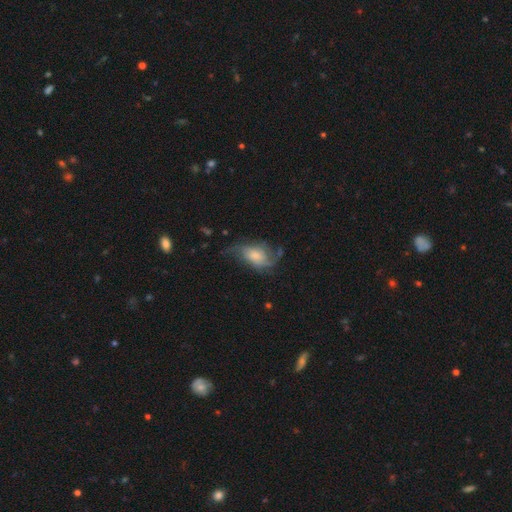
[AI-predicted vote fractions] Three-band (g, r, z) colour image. It shows a featured or disk galaxy (60%) with no bar (67%), spiral arms (85%) and a moderate central bulge (30%). Merging: none (40%).